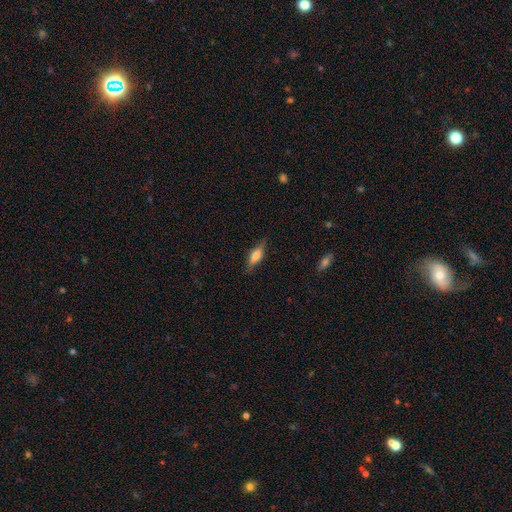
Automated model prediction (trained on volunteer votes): Morphology: type=smooth (59%); roundness=in between (60%); merging=none (79%).